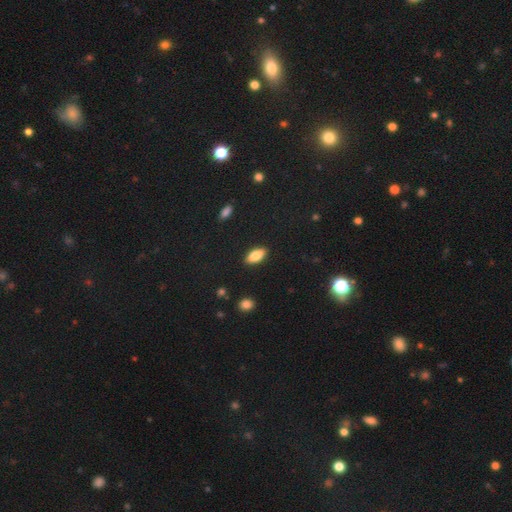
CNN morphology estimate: This is clearly a smooth galaxy (81%). How rounded: clearly in between (87%). Merging: clearly none (89%).